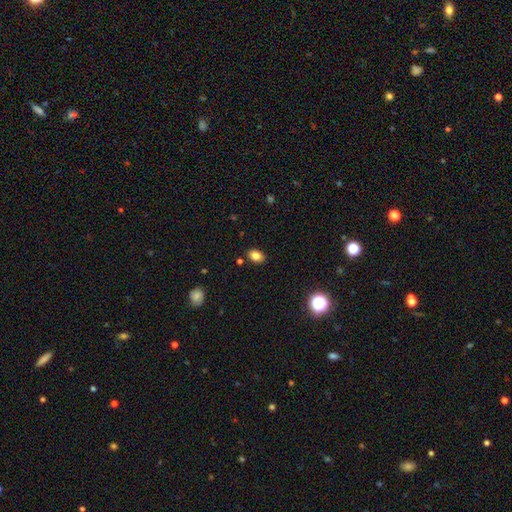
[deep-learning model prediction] Smooth or featured?
  - smooth: 81% *
  - star or artifact: 11%
  - featured or disk: 8%
How rounded?
  - in between: 79% *
  - round: 20%
  - cigar-shaped: 1%
Merging?
  - none: 86% *
  - minor disturbance: 9%
  - merger: 2%
  - major disturbance: 2%